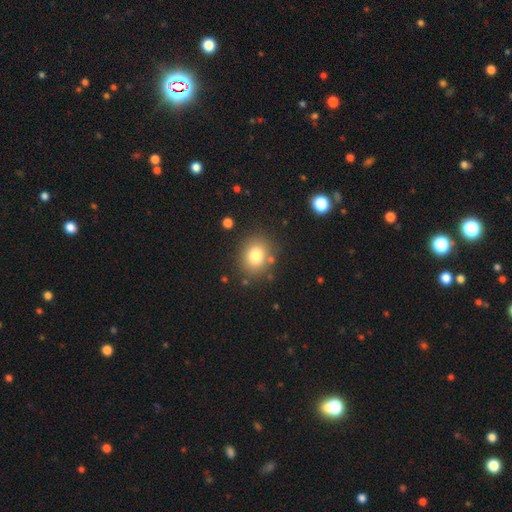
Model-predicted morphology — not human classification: Smooth or featured? smooth (79%)
How rounded? round (67%)
Merging? none (83%)